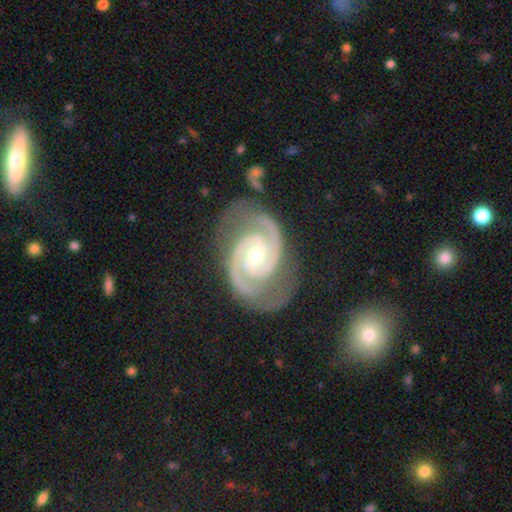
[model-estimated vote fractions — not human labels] smooth_or_featured: featured or disk (p=0.94) [alt: star or artifact p=0.04]
disk_edge_on: no (p=0.98) [alt: yes p=0.02]
bar: no (p=0.51) [alt: weak p=0.35]
has_spiral_arms: yes (p=0.99) [alt: no p=0.01]
spiral_winding: tight (p=0.62) [alt: medium p=0.34]
spiral_arm_count: 2 (p=0.93) [alt: 3 p=0.02]
bulge_size: moderate (p=0.63) [alt: small p=0.34]
merging: none (p=0.75) [alt: minor disturbance p=0.18]